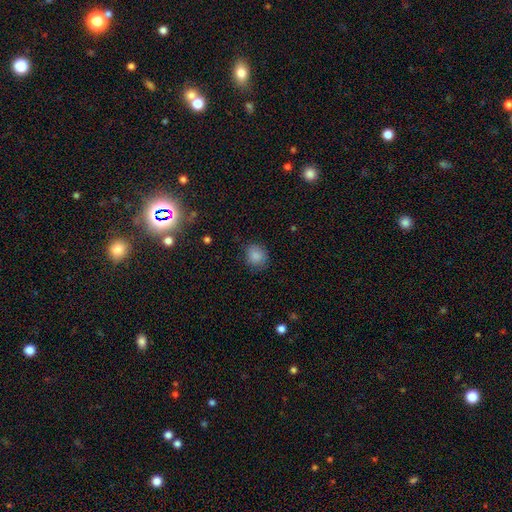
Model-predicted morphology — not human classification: Smooth or featured?
  - smooth: 86% *
  - star or artifact: 9%
  - featured or disk: 5%
How rounded?
  - round: 75% *
  - in between: 24%
  - cigar-shaped: 1%
Merging?
  - none: 77% *
  - minor disturbance: 17%
  - major disturbance: 4%
  - merger: 1%